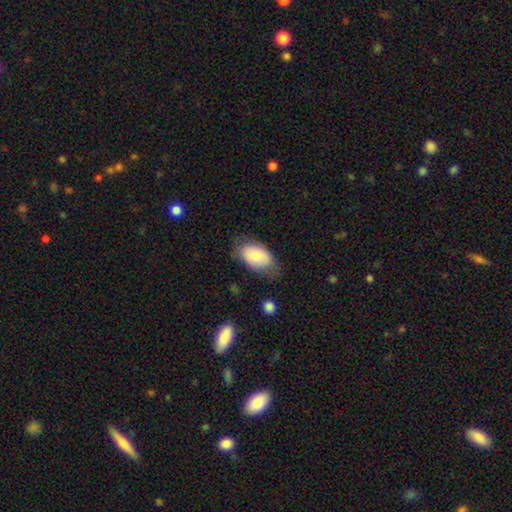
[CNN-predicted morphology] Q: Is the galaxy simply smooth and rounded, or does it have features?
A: smooth — 78%.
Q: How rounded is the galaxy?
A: in between — 93%.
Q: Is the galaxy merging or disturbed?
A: none — 62%.